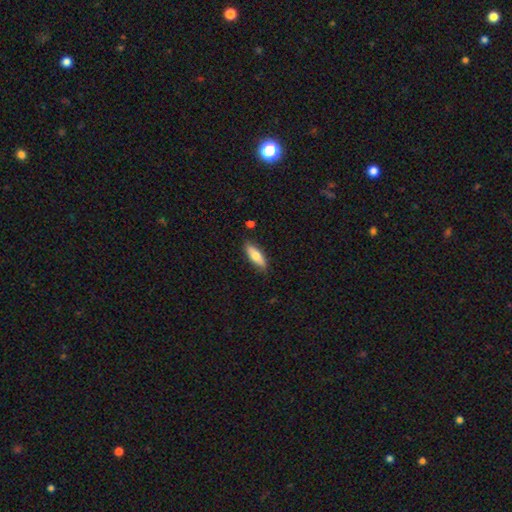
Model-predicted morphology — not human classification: Q: Smooth or featured?
A: smooth (69%); runner-up: featured or disk (25%)
Q: How rounded?
A: in between (59%); runner-up: cigar-shaped (39%)
Q: Merging?
A: none (83%); runner-up: minor disturbance (13%)